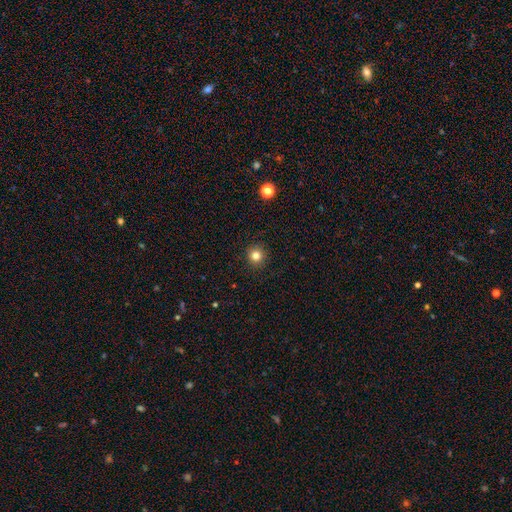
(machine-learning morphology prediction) Smooth or featured? smooth (82%)
How rounded? round (94%)
Merging? none (92%)